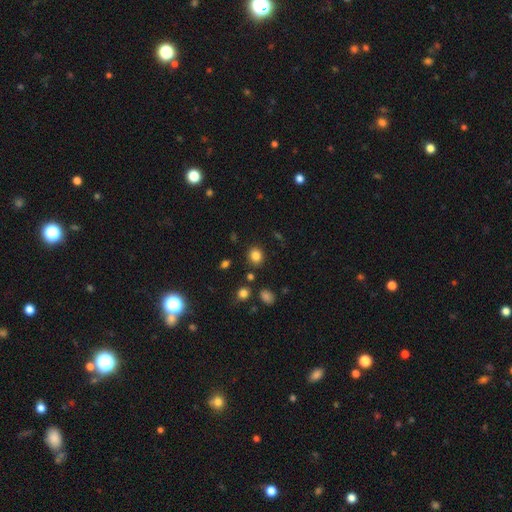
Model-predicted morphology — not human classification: type=smooth (83%); roundness=round (72%); merging=none (86%).